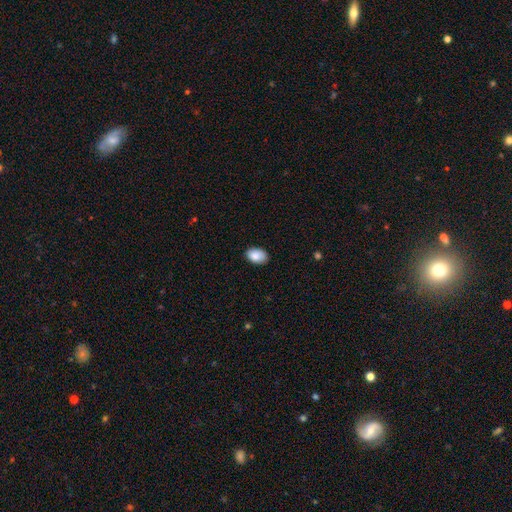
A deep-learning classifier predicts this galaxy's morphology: smooth-or-featured: smooth: 89% | star or artifact: 7% | featured or disk: 4%
  how-rounded: in between: 89% | round: 10% | cigar-shaped: 1%
  merging: none: 84% | minor disturbance: 13% | major disturbance: 2% | merger: 1%